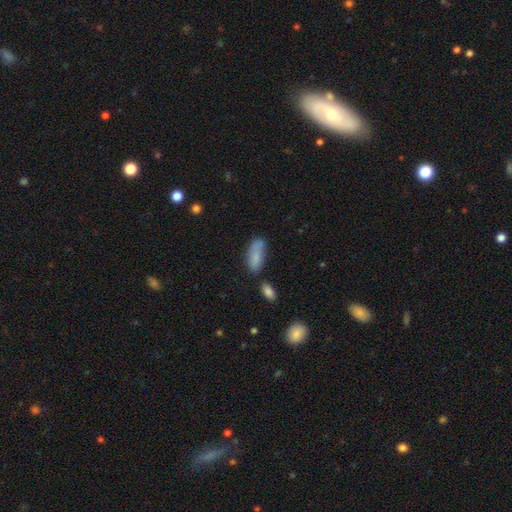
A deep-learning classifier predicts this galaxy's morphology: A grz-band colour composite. It shows a smooth galaxy with no disk features (77%) that is in between round and cigar-shaped (78%). Merging: none (49%).